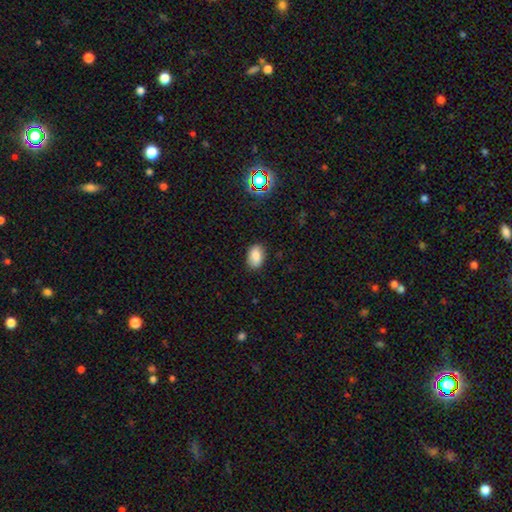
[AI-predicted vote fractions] This is clearly a smooth galaxy (83%). How rounded: clearly in between (88%). Merging: clearly none (86%).